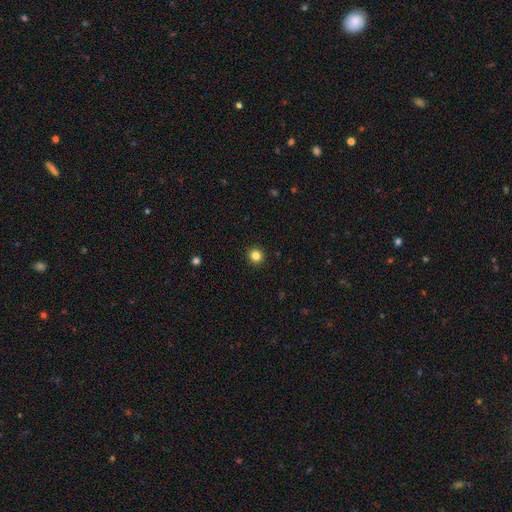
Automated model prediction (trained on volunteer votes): Morphology: type=smooth (84%); roundness=round (94%); merging=none (93%).